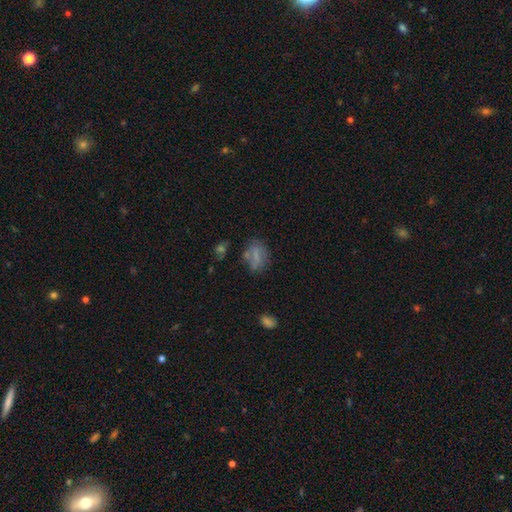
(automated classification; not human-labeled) Q: Smooth or featured?
A: smooth (60%); runner-up: featured or disk (25%)
Q: How rounded?
A: in between (68%); runner-up: round (28%)
Q: Merging?
A: none (52%); runner-up: minor disturbance (23%)